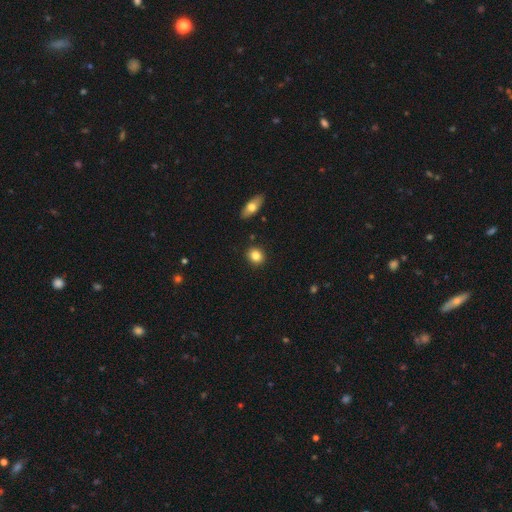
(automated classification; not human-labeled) Smooth or featured? smooth (84%)
How rounded? round (70%)
Merging? none (89%)